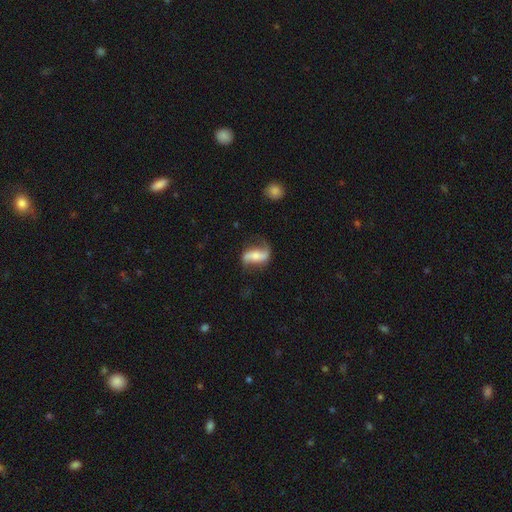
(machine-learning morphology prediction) The model was most divided on "bulge size": moderate: 41%, small: 36%, large: 10%, none: 9%, dominant: 3%. Remaining: edge-on disk — no (90%); spiral arms — yes (90%); spiral arm count — 2 (88%); spiral winding — loose (73%); smooth or featured — featured or disk (70%); merging — none (63%); bar — strong (42%).